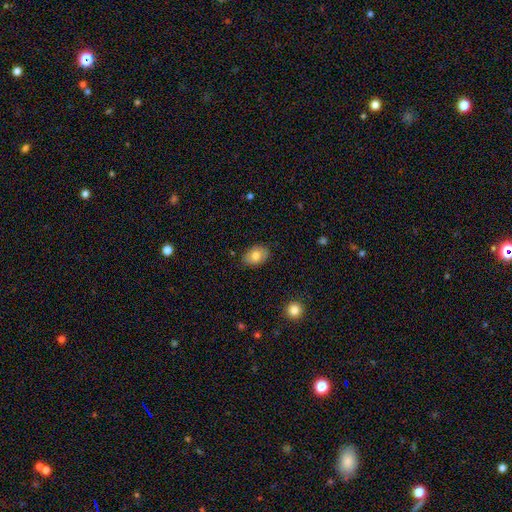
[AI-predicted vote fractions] Smooth or featured: smooth — 76% (featured or disk — 16%)
How rounded: in between — 83% (round — 16%)
Merging: none — 83% (minor disturbance — 13%)